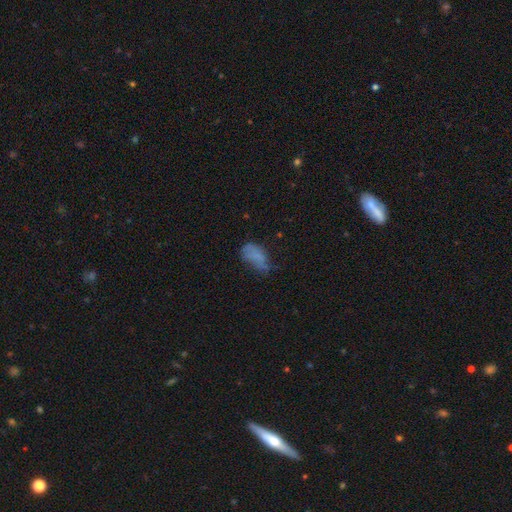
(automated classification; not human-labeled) This is likely a smooth galaxy (64%). How rounded: clearly in between (90%). Merging: marginally minor disturbance (35%).